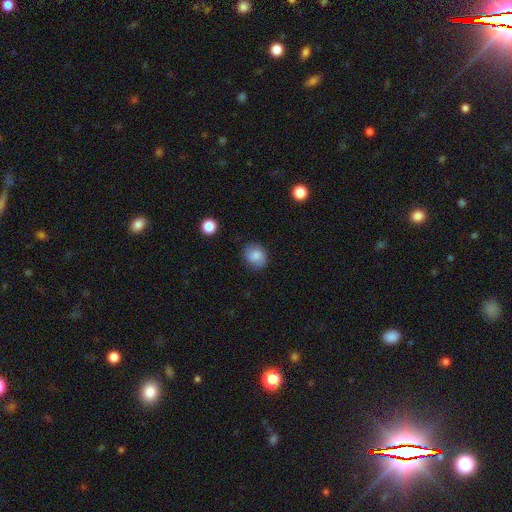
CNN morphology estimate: This appears to be a smooth galaxy with no disk features (82%) that is round (67%). Merging: none (78%).